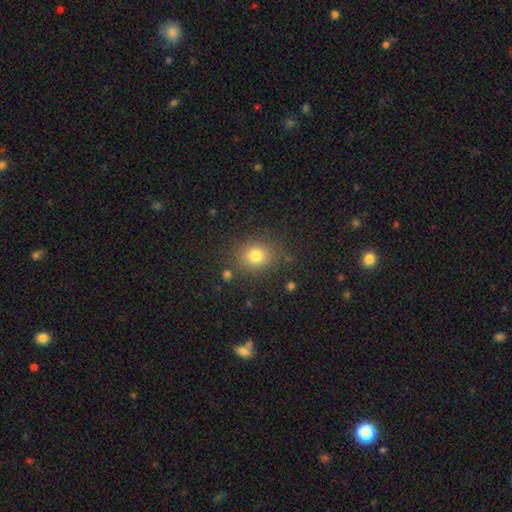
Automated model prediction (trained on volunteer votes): A smooth galaxy with no disk features (78%) that is round (75%).

Vote fractions:
- Smooth or featured? smooth: 78% / star or artifact: 14% / featured or disk: 8%
- How rounded? round: 75% / in between: 24% / cigar-shaped: 1%
- Merging? none: 84% / minor disturbance: 10% / major disturbance: 4% / merger: 3%